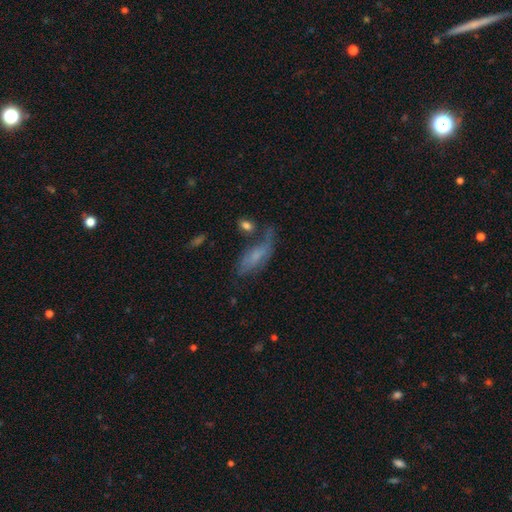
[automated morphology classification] smooth_or_featured: smooth (p=0.51) [alt: featured or disk p=0.37]
how_rounded: in between (p=0.73) [alt: cigar-shaped p=0.23]
merging: none (p=0.38) [alt: minor disturbance p=0.25]